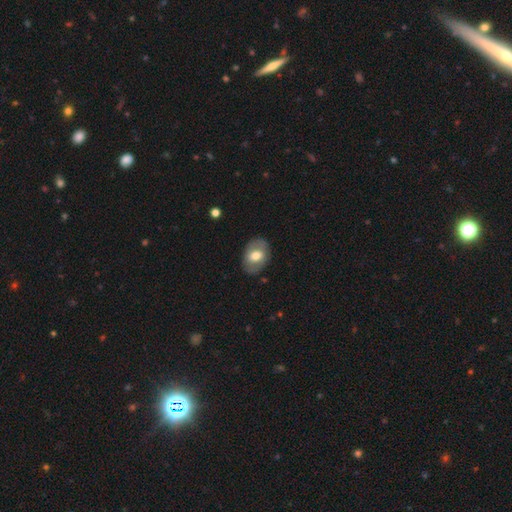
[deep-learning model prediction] Q: Smooth or featured?
A: smooth (60%); runner-up: featured or disk (34%)
Q: How rounded?
A: in between (75%); runner-up: round (24%)
Q: Merging?
A: none (82%); runner-up: minor disturbance (13%)